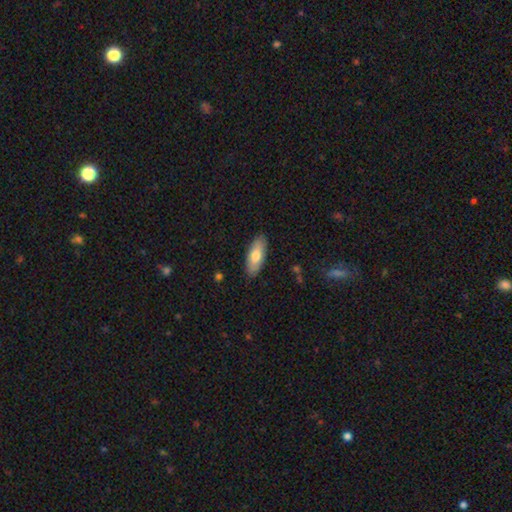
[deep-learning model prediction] This appears to be a smooth galaxy with no disk features (73%) that is in between round and cigar-shaped (76%). Merging: none (88%).